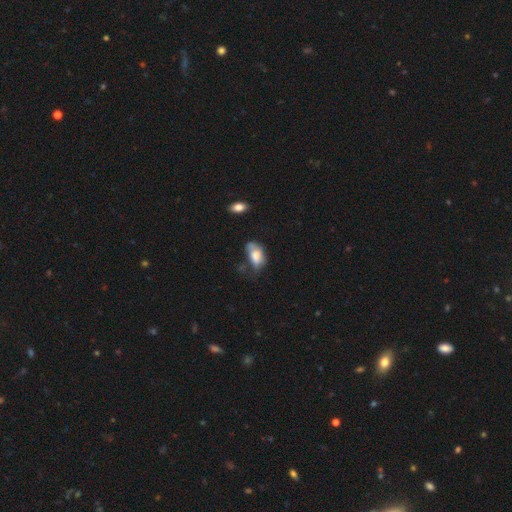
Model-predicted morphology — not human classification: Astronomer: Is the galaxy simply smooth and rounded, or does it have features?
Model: smooth — 70%.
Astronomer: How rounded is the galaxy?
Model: in between — 89%.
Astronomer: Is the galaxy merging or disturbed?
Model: minor disturbance — 36% (runner-up: major disturbance, 30%).